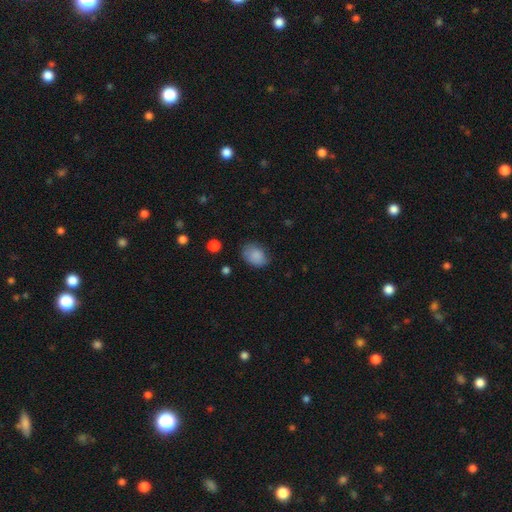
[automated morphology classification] Smooth or featured? Predicted: smooth (p=0.85). How rounded? Predicted: in between (p=0.71). Merging? Predicted: none (p=0.71).